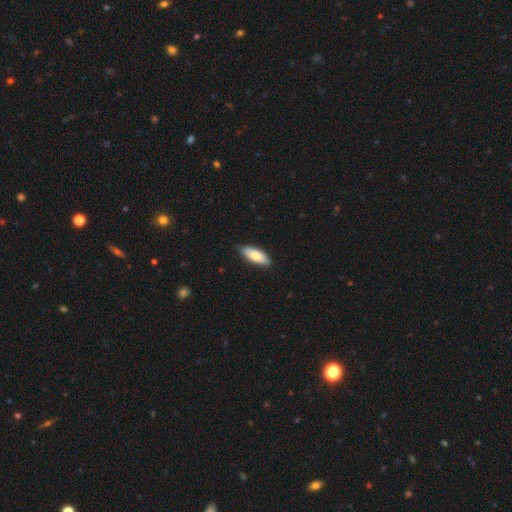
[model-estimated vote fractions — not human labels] Smooth or featured? Predicted: smooth (p=0.81). How rounded? Predicted: in between (p=0.74). Merging? Predicted: none (p=0.87).